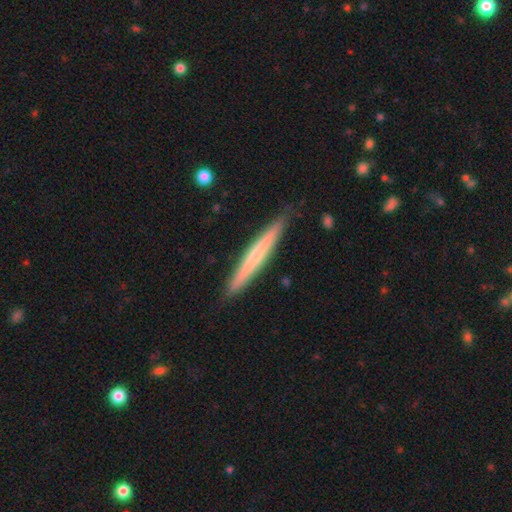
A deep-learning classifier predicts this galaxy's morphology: smooth 49%, featured or disk 46%, star or artifact 5%. Down the decision tree: merging — none (89%).